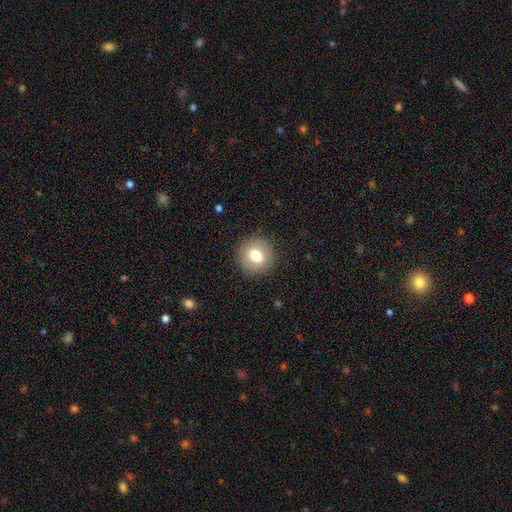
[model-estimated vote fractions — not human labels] The model was most divided on "smooth or featured": smooth: 76%, featured or disk: 15%, star or artifact: 9%. More confident: merging — none (89%); how rounded — round (89%).